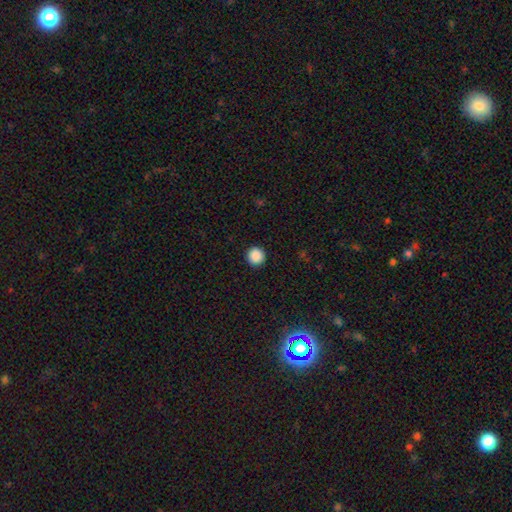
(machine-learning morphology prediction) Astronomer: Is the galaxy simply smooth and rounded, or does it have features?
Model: smooth — 89%.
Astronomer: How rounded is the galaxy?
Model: round — 96%.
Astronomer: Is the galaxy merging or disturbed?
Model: none — 93%.